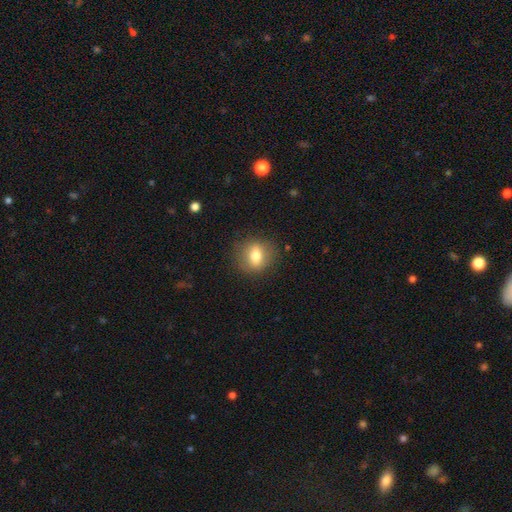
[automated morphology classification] Smooth or featured: smooth — 72% (featured or disk — 19%)
How rounded: round — 67% (in between — 32%)
Merging: none — 85% (minor disturbance — 11%)